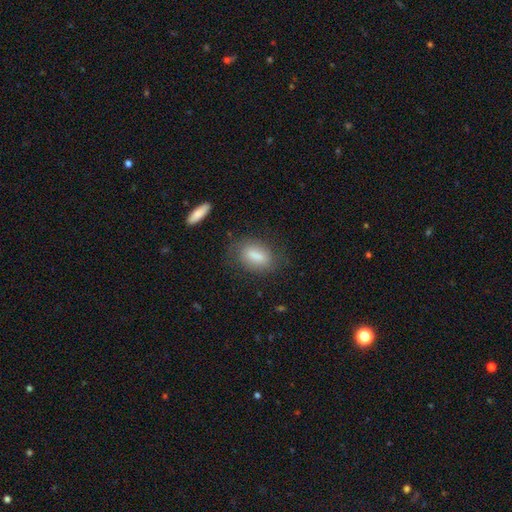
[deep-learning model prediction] The model was most divided on "merging": none: 71%, minor disturbance: 18%, major disturbance: 8%, merger: 2%. More confident: how rounded — in between (81%); smooth or featured — smooth (80%).